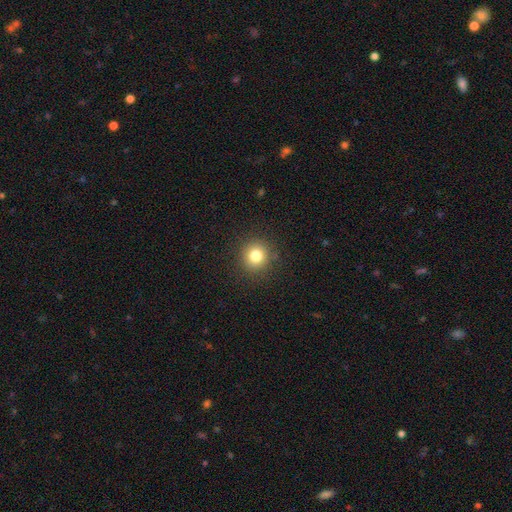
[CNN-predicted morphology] smooth 81%, star or artifact 12%, featured or disk 7%. Down the decision tree: how rounded — round (91%); merging — none (90%).